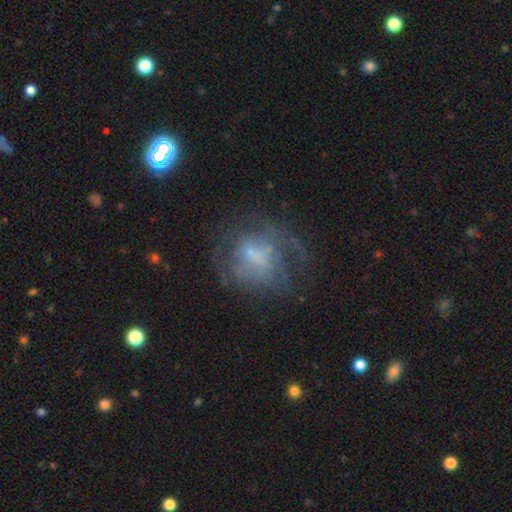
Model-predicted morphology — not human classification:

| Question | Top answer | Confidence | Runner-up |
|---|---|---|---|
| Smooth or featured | featured or disk | 58% | smooth (28%) |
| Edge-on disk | no | 97% | yes (3%) |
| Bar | no | 54% | weak (37%) |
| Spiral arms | yes | 57% | no (43%) |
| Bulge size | small | 44% | none (29%) |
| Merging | none | 51% | major disturbance (26%) |